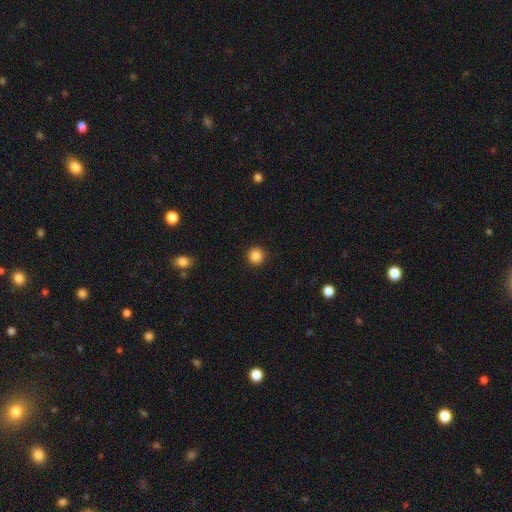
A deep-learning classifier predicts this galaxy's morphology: Smooth or featured? Predicted: smooth (p=0.86). How rounded? Predicted: round (p=0.94). Merging? Predicted: none (p=0.92).